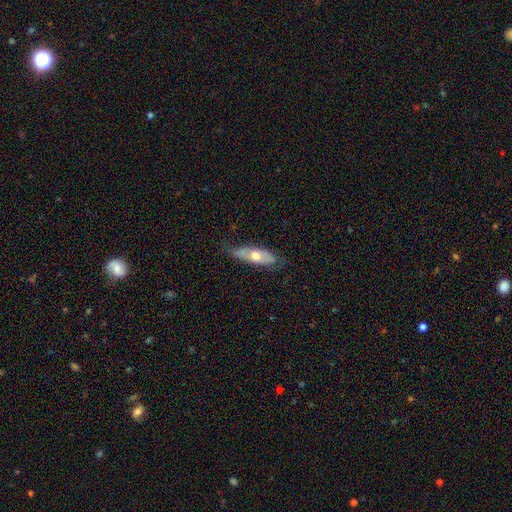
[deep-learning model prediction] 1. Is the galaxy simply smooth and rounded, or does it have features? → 51% featured or disk, 43% smooth, 6% star or artifact.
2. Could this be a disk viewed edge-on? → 60% no, 40% yes.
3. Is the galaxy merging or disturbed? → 64% none, 27% minor disturbance, 8% major disturbance, 2% merger.